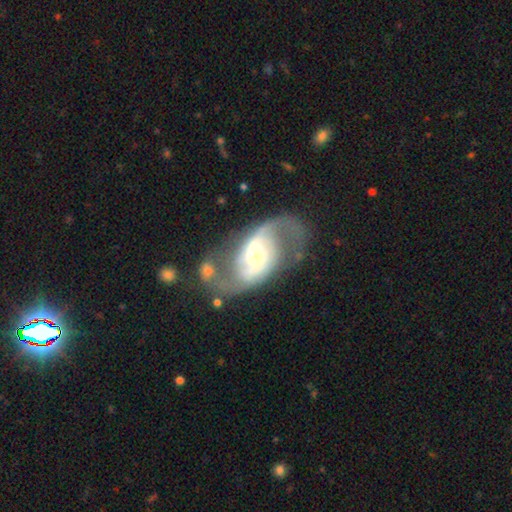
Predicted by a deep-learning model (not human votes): The model was most divided on "bulge size": moderate: 44%, small: 43%, large: 9%, none: 2%, dominant: 2%. Remaining: edge-on disk — no (96%); spiral arms — yes (93%); spiral arm count — 2 (90%); smooth or featured — featured or disk (86%); merging — none (55%); spiral winding — medium (44%); bar — weak (39%).